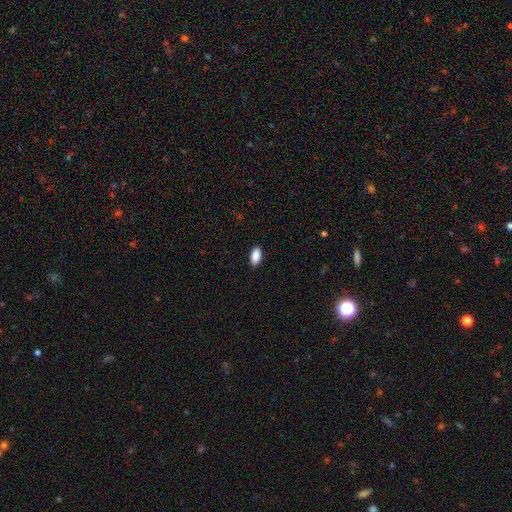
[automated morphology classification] This appears to be a smooth galaxy with no disk features (90%) that is in between round and cigar-shaped (92%). Merging: none (89%).